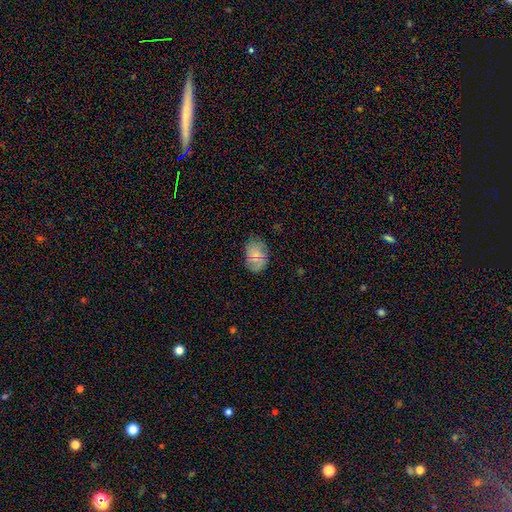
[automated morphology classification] A smooth galaxy with no disk features (66%) that is in between round and cigar-shaped (78%).

Vote fractions:
- Smooth or featured? smooth: 66% / featured or disk: 24% / star or artifact: 10%
- How rounded? in between: 78% / round: 21% / cigar-shaped: 1%
- Merging? none: 77% / minor disturbance: 18% / major disturbance: 4% / merger: 1%